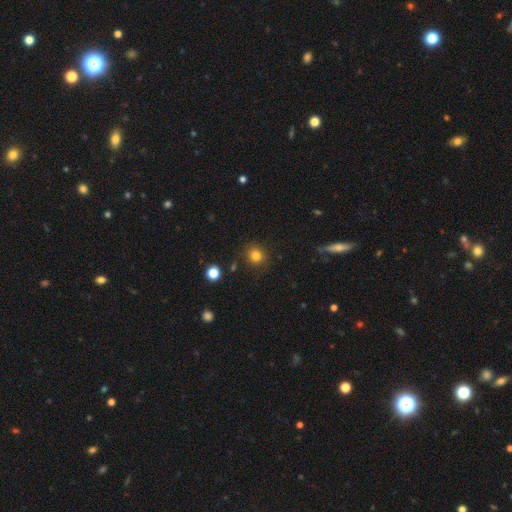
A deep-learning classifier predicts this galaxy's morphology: A smooth galaxy with no disk features (81%) that is round (86%). Merging: none (87%).